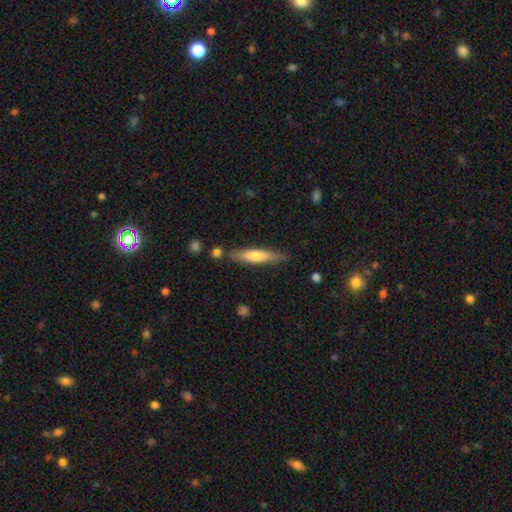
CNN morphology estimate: Smooth or featured? smooth (57%)
How rounded? cigar-shaped (87%)
Merging? none (81%)